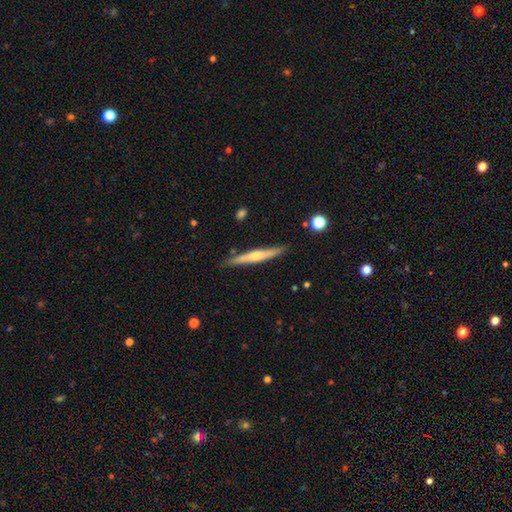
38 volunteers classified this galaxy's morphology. type=featured or disk (55%); edge-on=yes (100%); edge-on bulge=rounded (90%); merging=none (83%).